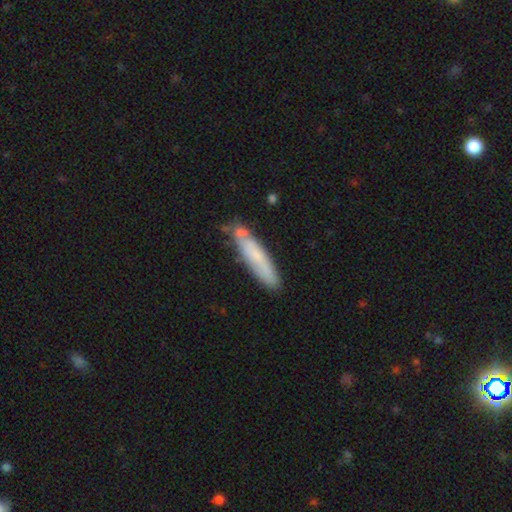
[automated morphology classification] Smooth or featured?
  - smooth: 63% *
  - featured or disk: 30%
  - star or artifact: 7%
How rounded?
  - cigar-shaped: 84% *
  - in between: 15%
  - round: 1%
Merging?
  - none: 67% *
  - minor disturbance: 20%
  - merger: 9%
  - major disturbance: 4%